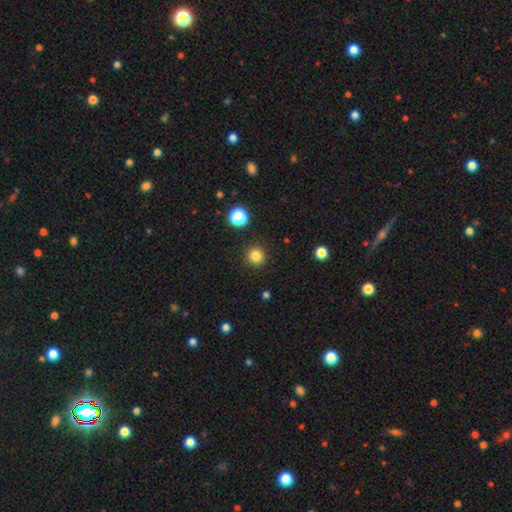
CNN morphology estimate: A smooth galaxy with no disk features (83%) that is round (95%). Merging: none (91%).